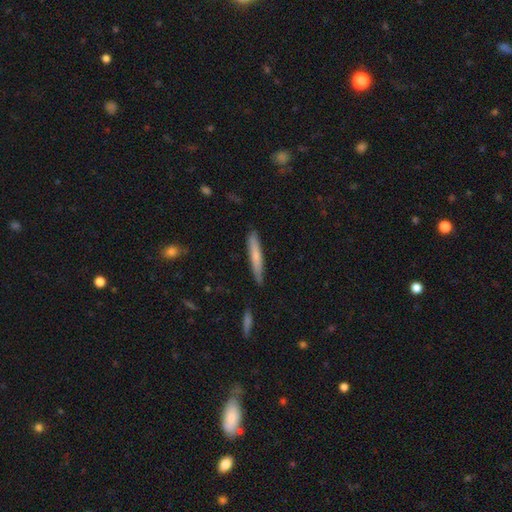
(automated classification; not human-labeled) smooth_or_featured: smooth (p=0.66) [alt: featured or disk p=0.28]
how_rounded: cigar-shaped (p=0.94) [alt: in between p=0.05]
merging: none (p=0.84) [alt: minor disturbance p=0.12]